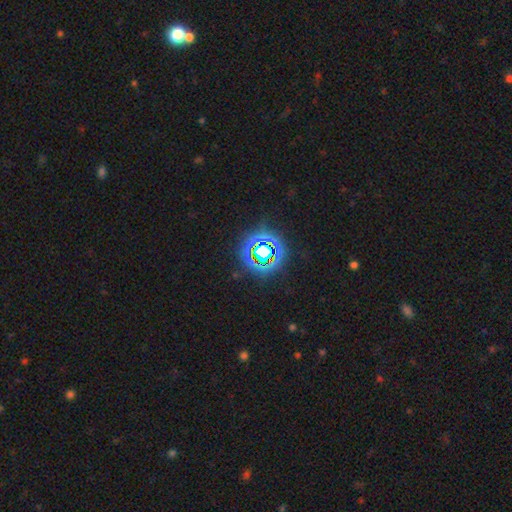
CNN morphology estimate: Smooth or featured? star or artifact (78%)